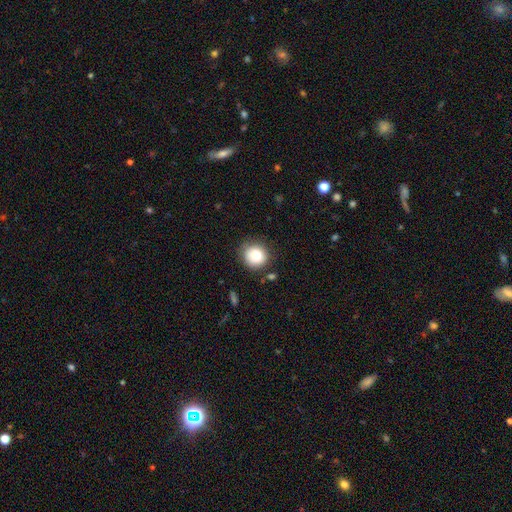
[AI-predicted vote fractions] Smooth or featured? smooth (81%)
How rounded? round (90%)
Merging? none (81%)